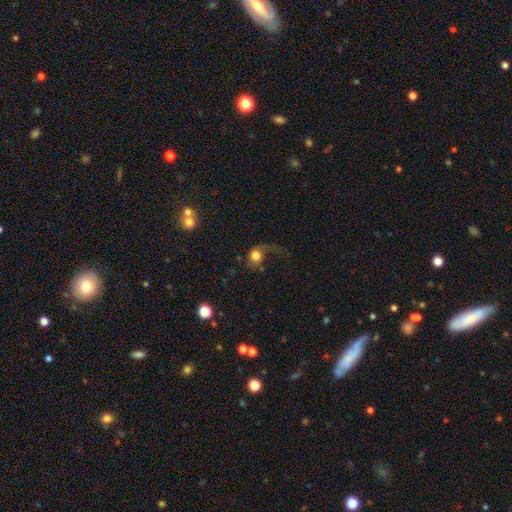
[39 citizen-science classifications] This is likely a smooth galaxy (67%). How rounded: likely round (77%). Merging: likely major disturbance (75%).